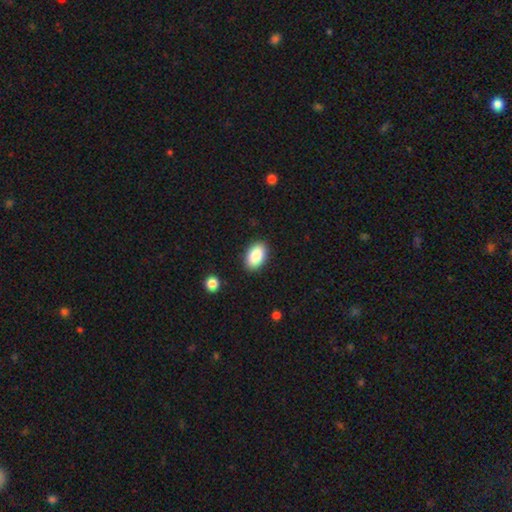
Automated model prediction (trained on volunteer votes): This appears to be a smooth galaxy with no disk features (87%) that is in between round and cigar-shaped (93%). Merging: none (89%).